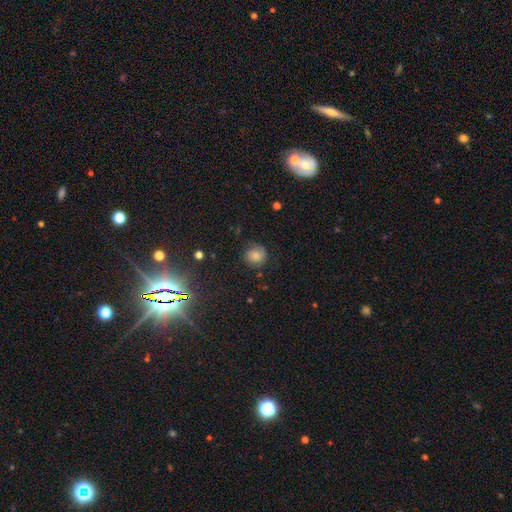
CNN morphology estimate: type=smooth (69%); roundness=round (84%); merging=none (71%).